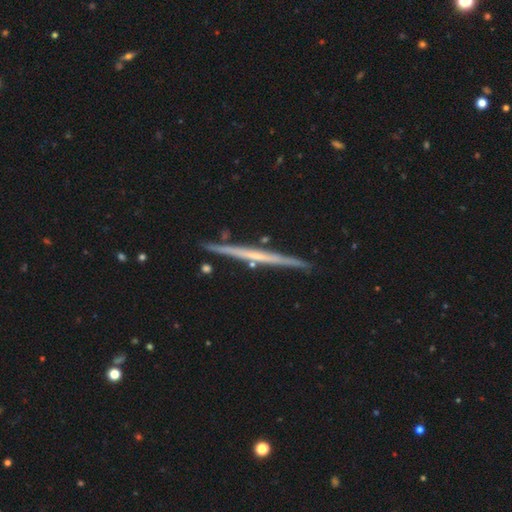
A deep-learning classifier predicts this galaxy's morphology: smooth-or-featured: featured or disk: 69% | smooth: 25% | star or artifact: 6%
  disk-edge-on: yes: 98% | no: 2%
    edge-on-bulge: none: 83% | rounded: 13% | boxy: 5%
  merging: none: 88% | minor disturbance: 8% | merger: 2% | major disturbance: 1%